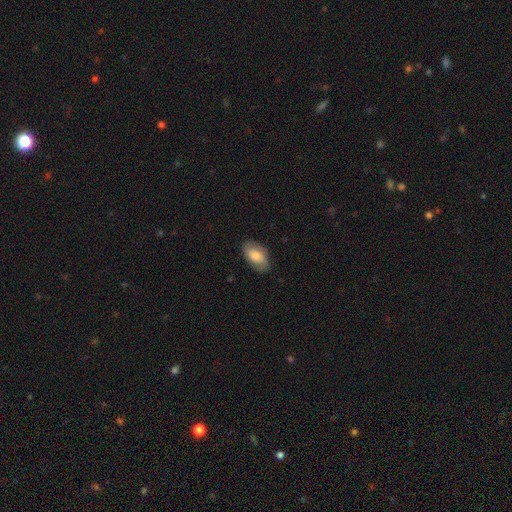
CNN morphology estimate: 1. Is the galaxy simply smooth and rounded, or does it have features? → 75% smooth, 18% featured or disk, 6% star or artifact.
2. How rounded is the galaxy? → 93% in between, 5% round, 2% cigar-shaped.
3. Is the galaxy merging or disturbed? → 78% none, 17% minor disturbance, 4% major disturbance, 1% merger.